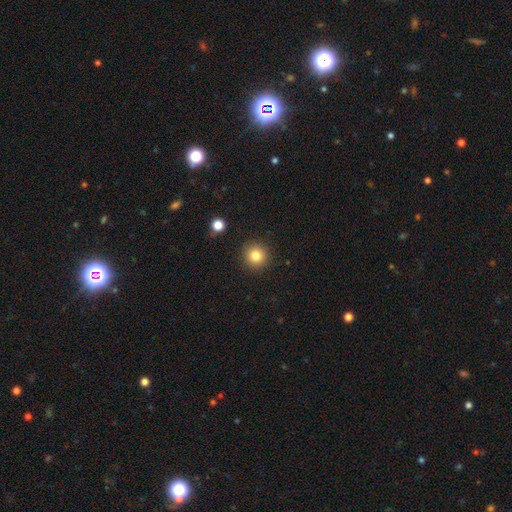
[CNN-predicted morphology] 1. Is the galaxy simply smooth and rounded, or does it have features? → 82% smooth, 12% star or artifact, 6% featured or disk.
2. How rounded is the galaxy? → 94% round, 5% in between, 1% cigar-shaped.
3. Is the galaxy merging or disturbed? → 90% none, 6% minor disturbance, 2% major disturbance, 2% merger.